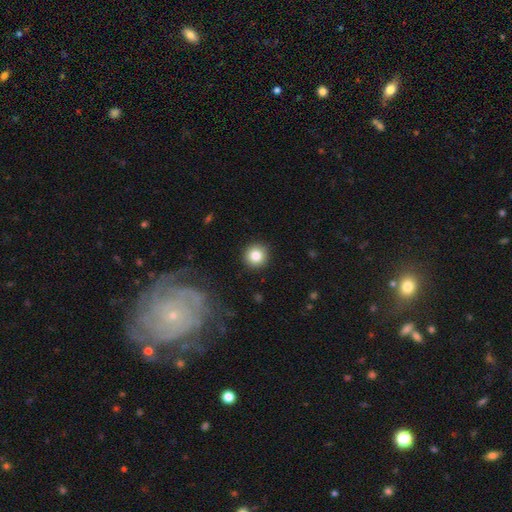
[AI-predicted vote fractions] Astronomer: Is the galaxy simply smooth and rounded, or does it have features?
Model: smooth — 84%.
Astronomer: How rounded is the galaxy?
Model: round — 94%.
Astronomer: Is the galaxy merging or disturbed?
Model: none — 91%.